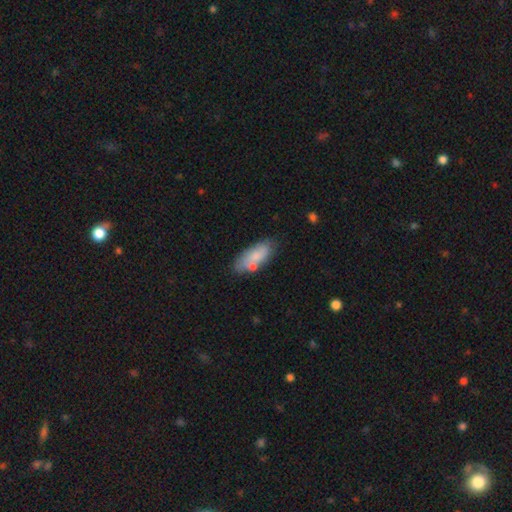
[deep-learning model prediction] Smooth or featured?
  - smooth: 74% *
  - featured or disk: 20%
  - star or artifact: 6%
How rounded?
  - in between: 84% *
  - cigar-shaped: 14%
  - round: 2%
Merging?
  - none: 59% *
  - minor disturbance: 21%
  - merger: 15%
  - major disturbance: 5%